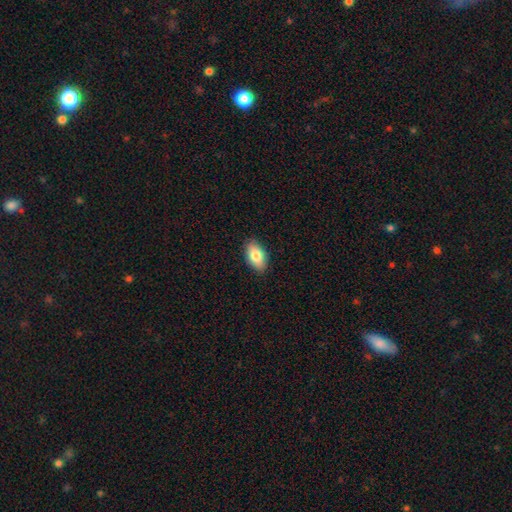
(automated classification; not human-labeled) The model was most divided on "smooth or featured": smooth: 82%, featured or disk: 12%, star or artifact: 7%. More confident: how rounded — in between (93%); merging — none (88%).